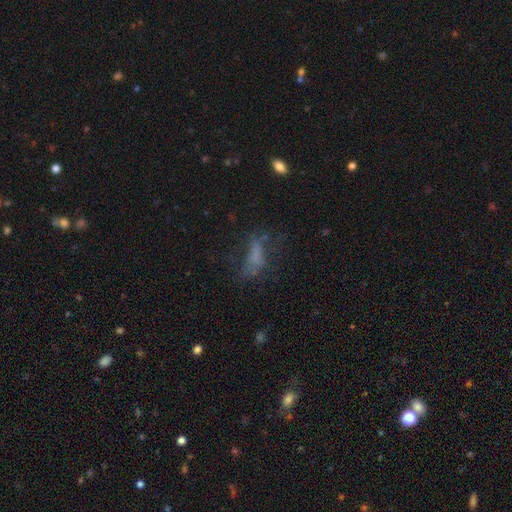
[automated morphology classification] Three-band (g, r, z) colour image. It shows a smooth galaxy with no disk features (46%). Merging: none (44%).